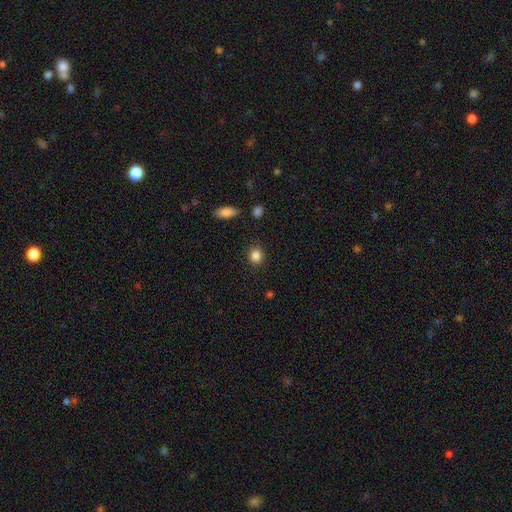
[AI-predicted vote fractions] The model was most divided on "how rounded": round: 73%, in between: 26%, cigar-shaped: 1%. More confident: merging — none (87%); smooth or featured — smooth (85%).